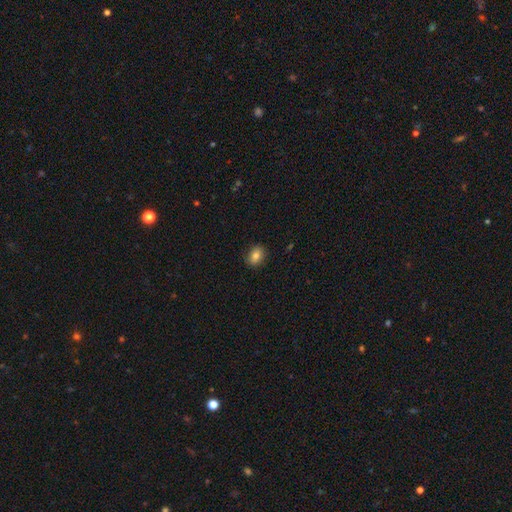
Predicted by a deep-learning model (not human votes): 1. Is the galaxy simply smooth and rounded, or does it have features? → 81% smooth, 10% star or artifact, 9% featured or disk.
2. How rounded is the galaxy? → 57% in between, 41% round, 1% cigar-shaped.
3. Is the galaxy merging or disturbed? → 88% none, 9% minor disturbance, 2% major disturbance, 1% merger.